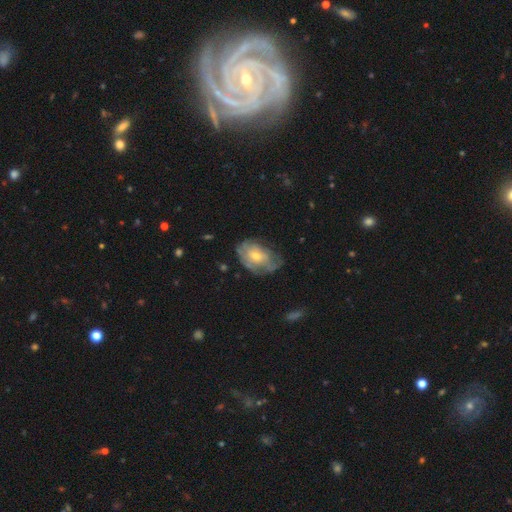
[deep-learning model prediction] Smooth or featured? featured or disk (54%)
Edge-on disk? no (95%)
Bar? no (80%)
Spiral arms? yes (55%)
Bulge size? moderate (49%)
Merging? none (53%)